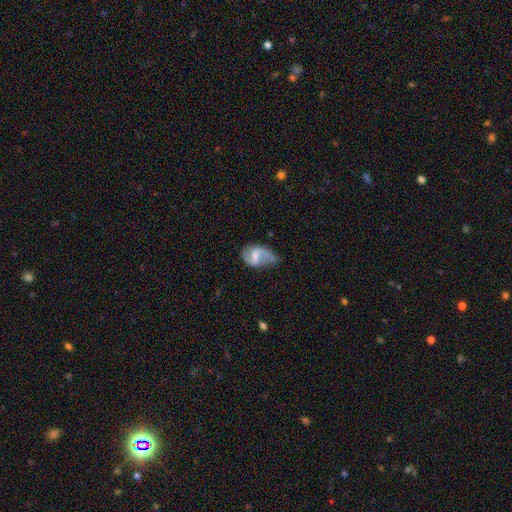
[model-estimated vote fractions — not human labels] smooth_or_featured: featured or disk (p=0.77) [alt: smooth p=0.17]
disk_edge_on: no (p=0.98) [alt: yes p=0.02]
bar: weak (p=0.55) [alt: strong p=0.26]
has_spiral_arms: yes (p=0.91) [alt: no p=0.09]
spiral_winding: loose (p=0.57) [alt: medium p=0.34]
spiral_arm_count: 2 (p=0.82) [alt: 1 p=0.11]
bulge_size: small (p=0.37) [alt: moderate p=0.30]
merging: none (p=0.50) [alt: minor disturbance p=0.29]